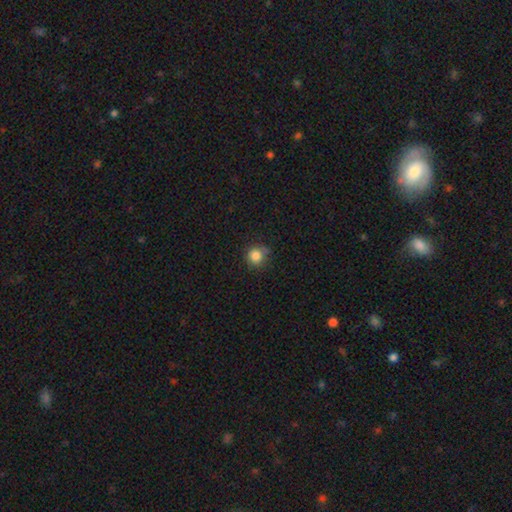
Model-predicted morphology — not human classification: The model was most divided on "merging": none: 75%, minor disturbance: 19%, major disturbance: 4%, merger: 3%. More confident: how rounded — round (93%); smooth or featured — smooth (84%).